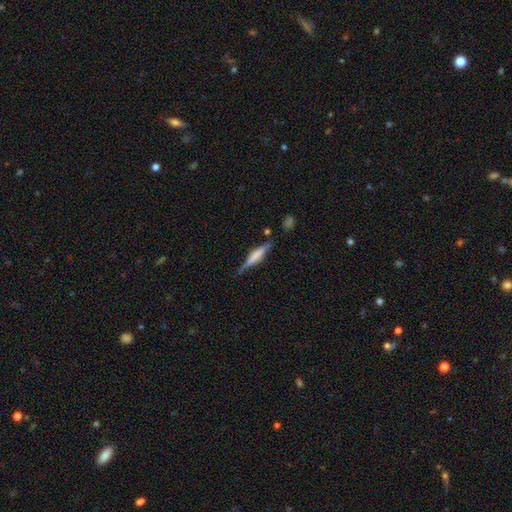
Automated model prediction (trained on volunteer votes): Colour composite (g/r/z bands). It shows a featured or disk galaxy (56%) viewed edge-on (96%) with a boxy central bulge (50%). Merging: none (77%).